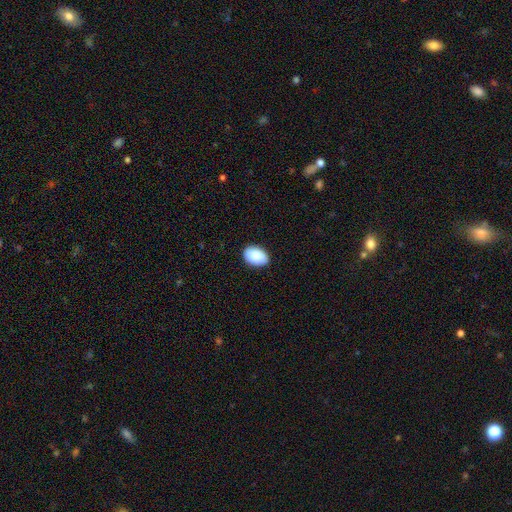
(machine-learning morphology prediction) Smooth or featured? smooth (89%)
How rounded? in between (87%)
Merging? none (87%)